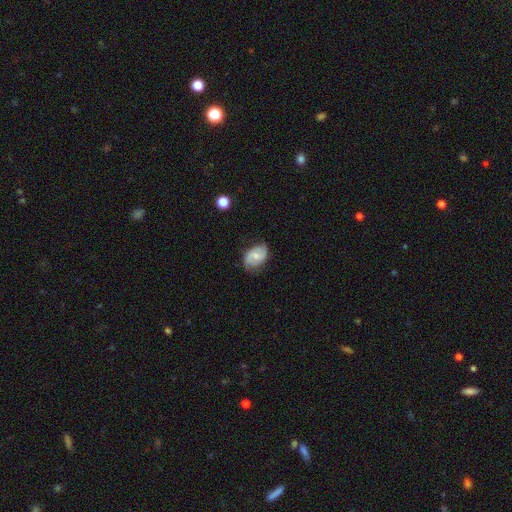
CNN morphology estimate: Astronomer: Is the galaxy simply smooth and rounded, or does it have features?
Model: featured or disk — 60%.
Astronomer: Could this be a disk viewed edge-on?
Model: no — 97%.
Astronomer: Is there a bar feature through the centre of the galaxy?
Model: weak — 50% (runner-up: no, 38%).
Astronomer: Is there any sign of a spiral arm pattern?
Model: yes — 90%.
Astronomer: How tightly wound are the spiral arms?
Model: medium — 45% (runner-up: loose, 28%).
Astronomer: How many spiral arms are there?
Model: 2 — 85%.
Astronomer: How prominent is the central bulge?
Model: small — 48% (runner-up: moderate, 39%).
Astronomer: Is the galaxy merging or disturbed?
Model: none — 71%.